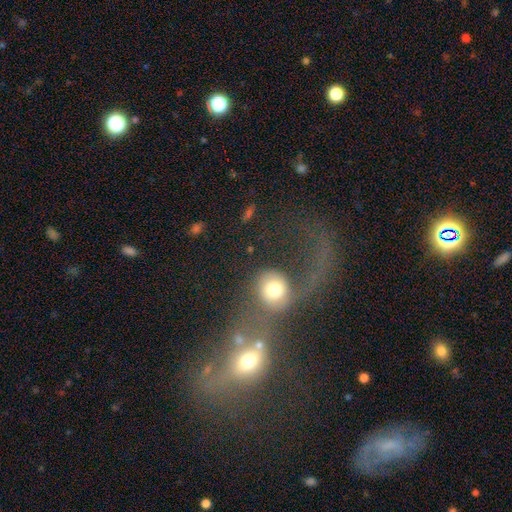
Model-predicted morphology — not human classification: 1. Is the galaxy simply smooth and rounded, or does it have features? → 47% featured or disk, 34% smooth, 18% star or artifact.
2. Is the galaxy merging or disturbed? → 75% merger, 13% major disturbance, 8% none, 4% minor disturbance.